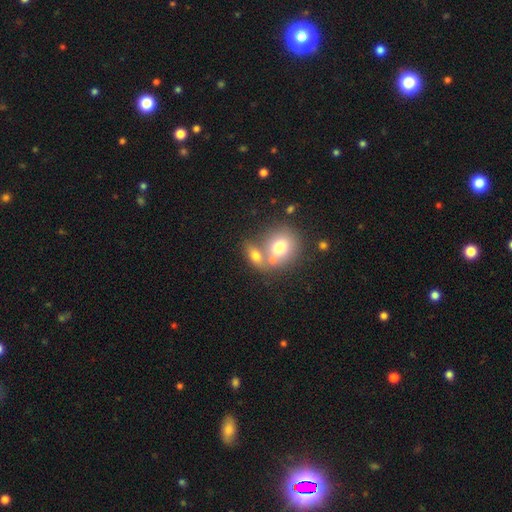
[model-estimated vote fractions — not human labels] Smooth or featured?
  - smooth: 70% *
  - featured or disk: 20%
  - star or artifact: 9%
How rounded?
  - in between: 59% *
  - round: 35%
  - cigar-shaped: 6%
Merging?
  - merger: 51% *
  - none: 35%
  - minor disturbance: 9%
  - major disturbance: 5%